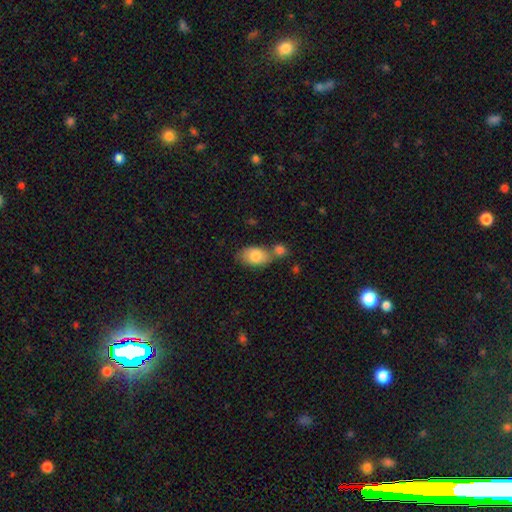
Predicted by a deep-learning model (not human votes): Overall: smooth (82%). How rounded: in between (88%). Merging: none (48%; merger 31%).